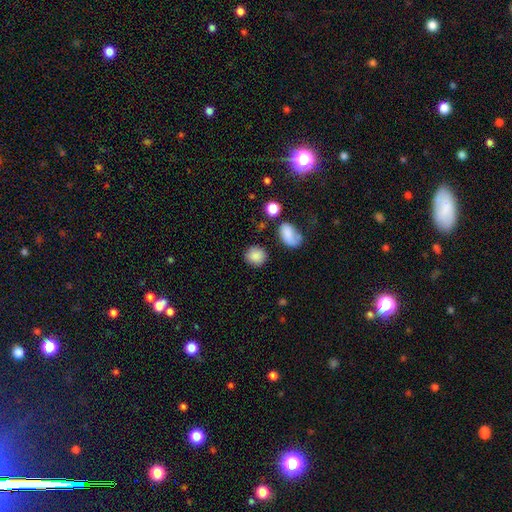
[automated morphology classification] Smooth or featured? smooth (85%)
How rounded? round (78%)
Merging? none (80%)